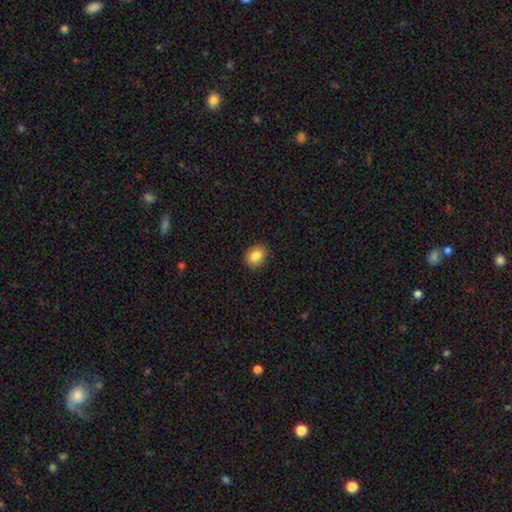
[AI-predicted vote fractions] Smooth or featured? smooth (84%)
How rounded? in between (50%)
Merging? none (90%)